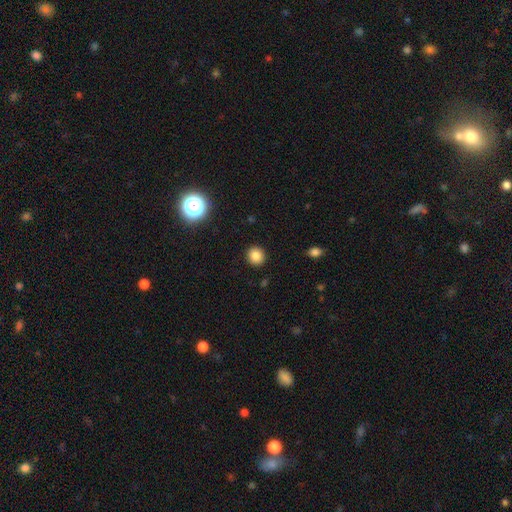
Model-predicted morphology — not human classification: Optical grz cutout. It shows a smooth galaxy with no disk features (84%) that is round (89%). Merging: none (92%).